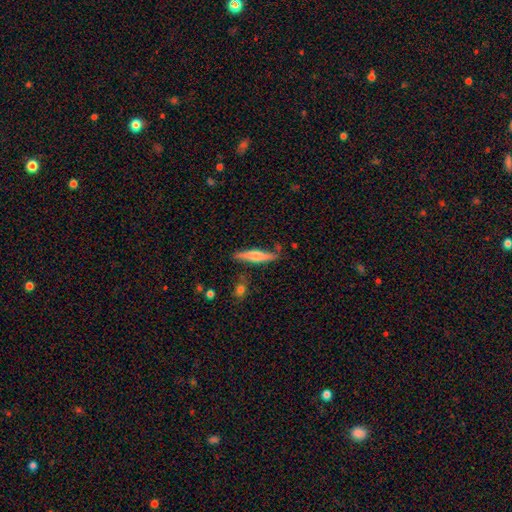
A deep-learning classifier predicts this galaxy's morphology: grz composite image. It shows a smooth galaxy with no disk features (52%) that is cigar-shaped (85%). Merging: none (77%).